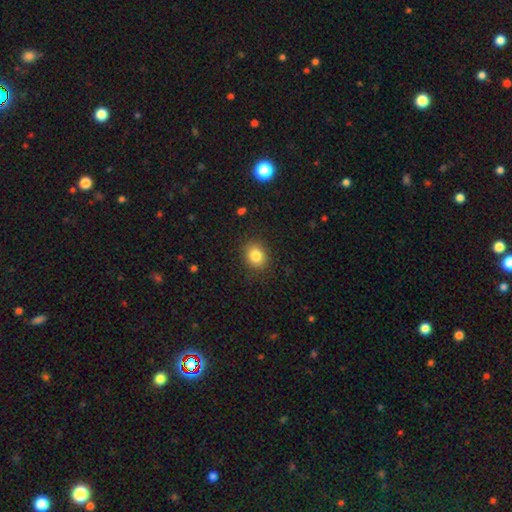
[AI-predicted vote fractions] Smooth or featured?
  - smooth: 83% *
  - star or artifact: 10%
  - featured or disk: 6%
How rounded?
  - round: 67% *
  - in between: 32%
  - cigar-shaped: 1%
Merging?
  - none: 87% *
  - minor disturbance: 9%
  - major disturbance: 3%
  - merger: 1%